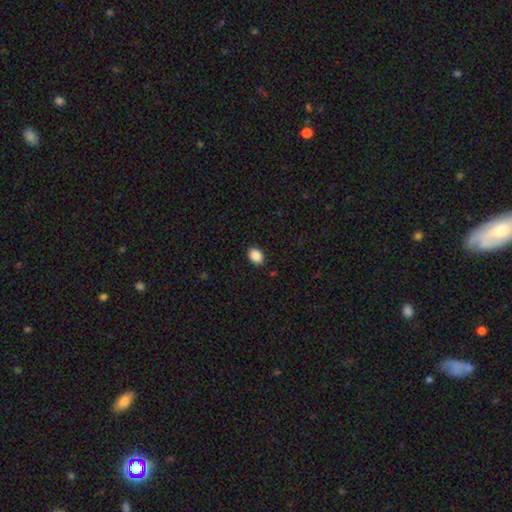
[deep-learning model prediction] Overall: smooth (89%). How rounded: in between (81%). Merging: none (88%).